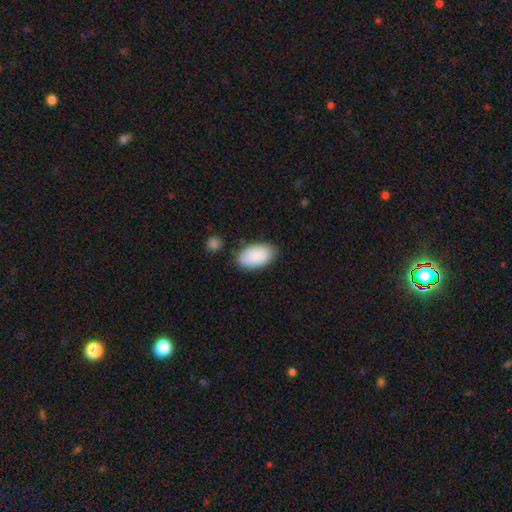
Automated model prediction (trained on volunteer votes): Q: Smooth or featured?
A: smooth (89%); runner-up: star or artifact (6%)
Q: How rounded?
A: in between (95%); runner-up: round (3%)
Q: Merging?
A: none (78%); runner-up: minor disturbance (15%)